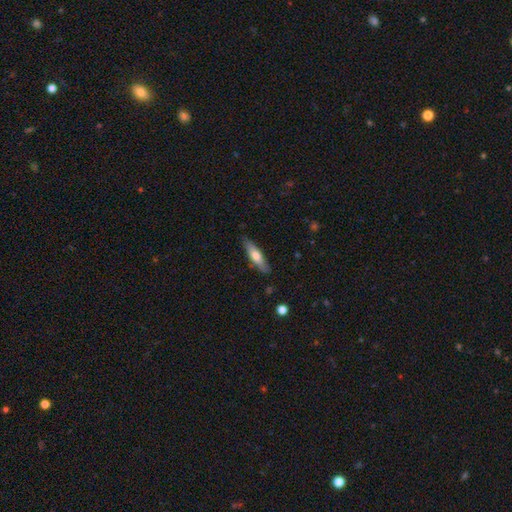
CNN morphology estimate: A smooth galaxy with no disk features (59%) that is cigar-shaped (70%).

Vote fractions:
- Smooth or featured? smooth: 59% / featured or disk: 35% / star or artifact: 6%
- How rounded? cigar-shaped: 70% / in between: 28% / round: 2%
- Merging? none: 84% / minor disturbance: 12% / major disturbance: 2% / merger: 1%